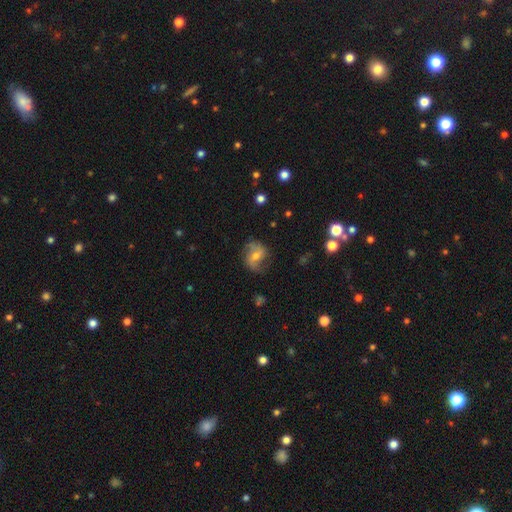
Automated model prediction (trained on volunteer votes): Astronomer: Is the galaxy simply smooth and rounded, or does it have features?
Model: featured or disk — 71%.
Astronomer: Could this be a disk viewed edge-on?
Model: no — 97%.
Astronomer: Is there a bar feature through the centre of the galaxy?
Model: no — 43% (runner-up: weak, 41%).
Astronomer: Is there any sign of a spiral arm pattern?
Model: yes — 91%.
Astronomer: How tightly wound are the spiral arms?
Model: loose — 44% (runner-up: medium, 41%).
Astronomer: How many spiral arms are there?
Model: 2 — 85%.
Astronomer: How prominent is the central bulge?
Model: moderate — 53% (runner-up: small, 41%).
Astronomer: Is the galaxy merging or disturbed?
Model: none — 72%.